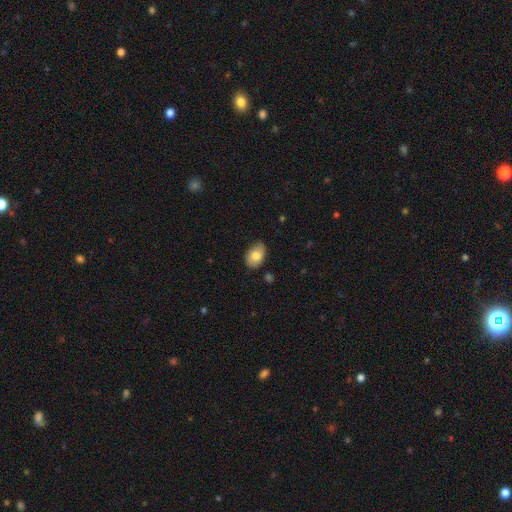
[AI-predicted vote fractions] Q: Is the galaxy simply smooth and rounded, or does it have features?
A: smooth — 80%.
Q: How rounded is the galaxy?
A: in between — 87%.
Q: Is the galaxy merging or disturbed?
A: none — 78%.